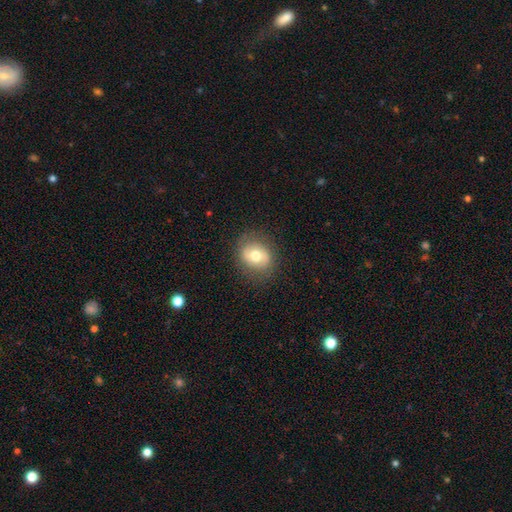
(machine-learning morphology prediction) Smooth or featured: smooth — 62% (featured or disk — 30%)
How rounded: round — 67% (in between — 32%)
Merging: none — 82% (minor disturbance — 13%)